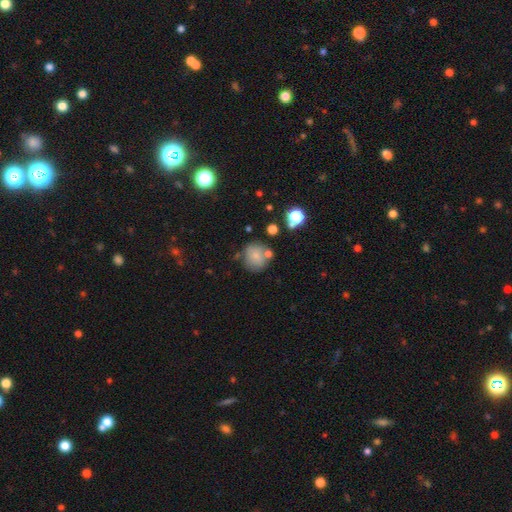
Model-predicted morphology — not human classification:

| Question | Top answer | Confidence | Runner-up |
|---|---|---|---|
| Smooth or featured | smooth | 71% | featured or disk (17%) |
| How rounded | round | 88% | in between (11%) |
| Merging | none | 65% | minor disturbance (16%) |